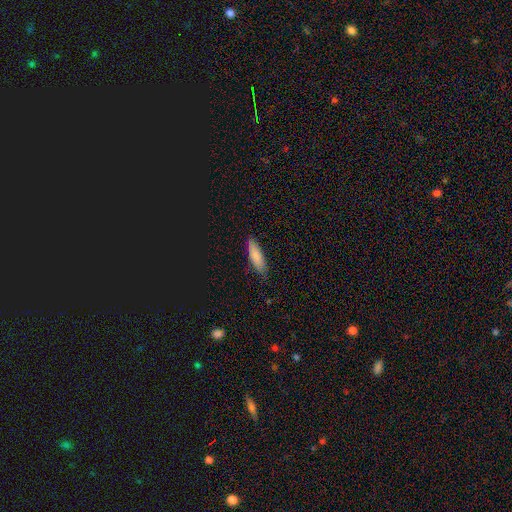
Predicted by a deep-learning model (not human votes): This is clearly a smooth galaxy (83%). How rounded: possibly cigar-shaped (55%). Merging: clearly none (82%).